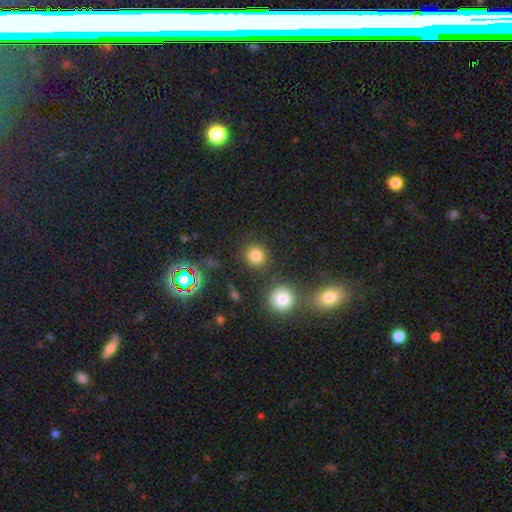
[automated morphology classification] The model was most divided on "smooth or featured": smooth: 79%, star or artifact: 16%, featured or disk: 6%. More confident: how rounded — round (89%); merging — none (85%).